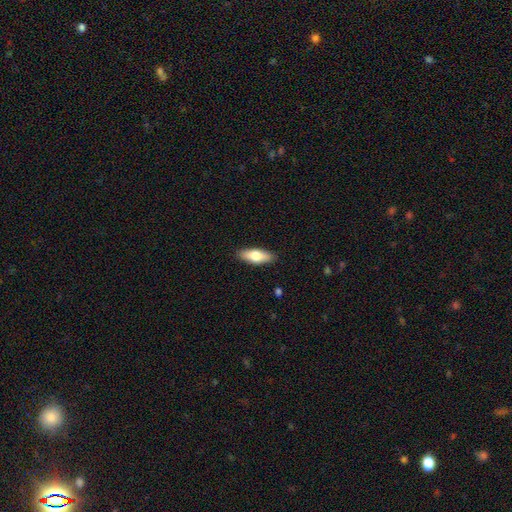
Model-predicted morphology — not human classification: This is likely a smooth galaxy (74%). How rounded: likely in between (70%). Merging: clearly none (88%).